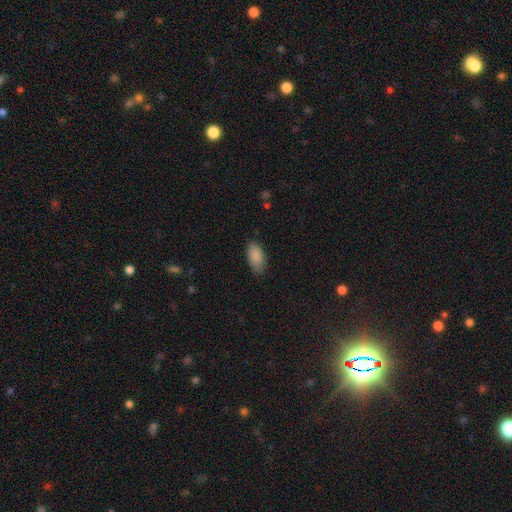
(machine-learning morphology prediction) smooth_or_featured: smooth (p=0.89) [alt: star or artifact p=0.07]
how_rounded: in between (p=0.94) [alt: cigar-shaped p=0.04]
merging: none (p=0.81) [alt: minor disturbance p=0.15]